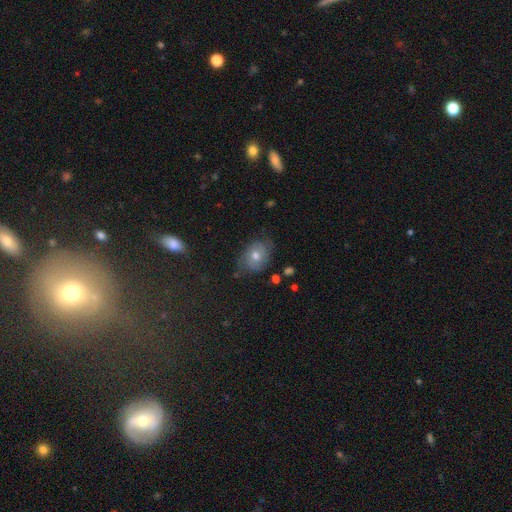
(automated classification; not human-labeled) Overall: featured or disk (53%; smooth 32%). Edge-on disk: no (95%). Bar: no (76%). Spiral arms: yes (79%). Bulge size: moderate (72%). Merging: none (71%).